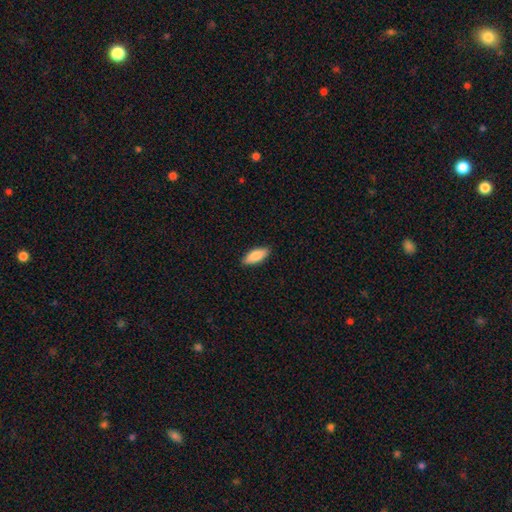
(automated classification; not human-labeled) Smooth or featured?
  - smooth: 85% *
  - featured or disk: 9%
  - star or artifact: 6%
How rounded?
  - in between: 78% *
  - cigar-shaped: 20%
  - round: 2%
Merging?
  - none: 89% *
  - minor disturbance: 9%
  - major disturbance: 2%
  - merger: 1%